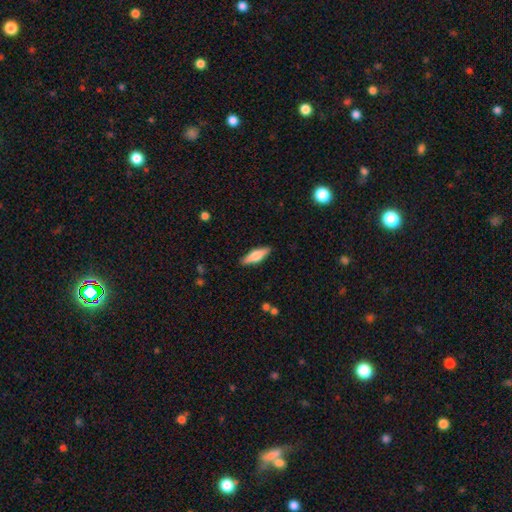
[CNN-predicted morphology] Q: Smooth or featured?
A: smooth (57%); runner-up: featured or disk (37%)
Q: How rounded?
A: cigar-shaped (54%); runner-up: in between (44%)
Q: Merging?
A: none (88%); runner-up: minor disturbance (9%)